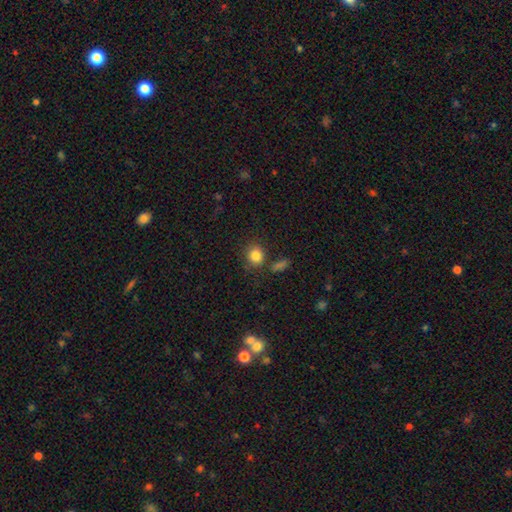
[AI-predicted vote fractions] A smooth galaxy with no disk features (84%) that is round (78%).

Vote fractions:
- Smooth or featured? smooth: 84% / star or artifact: 10% / featured or disk: 6%
- How rounded? round: 78% / in between: 20% / cigar-shaped: 1%
- Merging? none: 77% / minor disturbance: 11% / merger: 8% / major disturbance: 4%